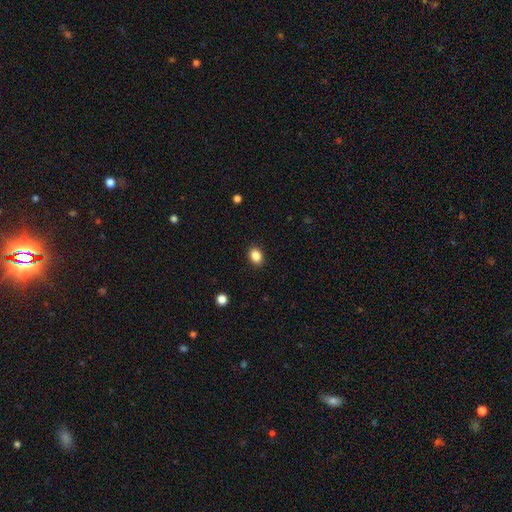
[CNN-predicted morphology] Q: Smooth or featured?
A: smooth (86%); runner-up: star or artifact (9%)
Q: How rounded?
A: in between (71%); runner-up: round (28%)
Q: Merging?
A: none (89%); runner-up: minor disturbance (8%)